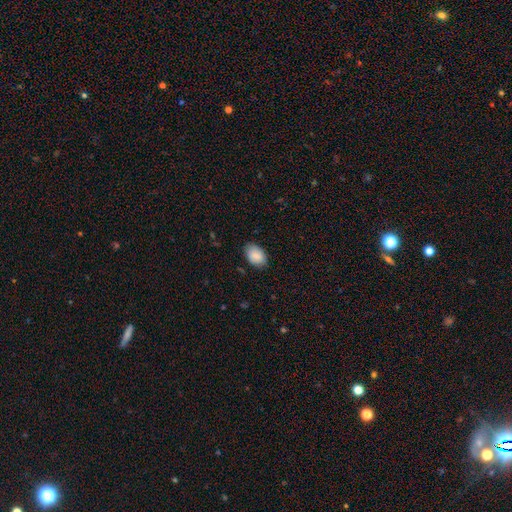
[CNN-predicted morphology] type=smooth (89%); roundness=in between (87%); merging=none (82%).